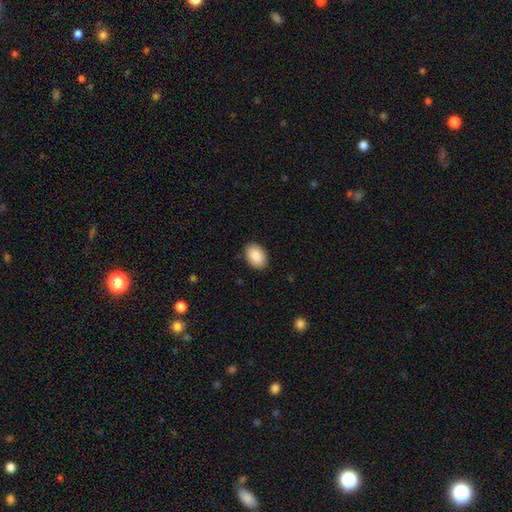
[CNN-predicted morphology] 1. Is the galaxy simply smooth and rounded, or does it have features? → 90% smooth, 7% star or artifact, 4% featured or disk.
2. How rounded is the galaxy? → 87% in between, 12% round, 1% cigar-shaped.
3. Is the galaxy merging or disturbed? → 89% none, 8% minor disturbance, 2% major disturbance, 1% merger.